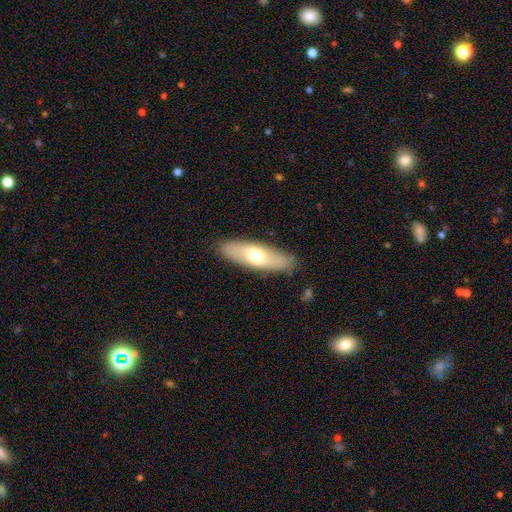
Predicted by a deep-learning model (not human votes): Q: Smooth or featured?
A: smooth (61%); runner-up: featured or disk (33%)
Q: How rounded?
A: in between (52%); runner-up: cigar-shaped (46%)
Q: Merging?
A: none (87%); runner-up: minor disturbance (10%)